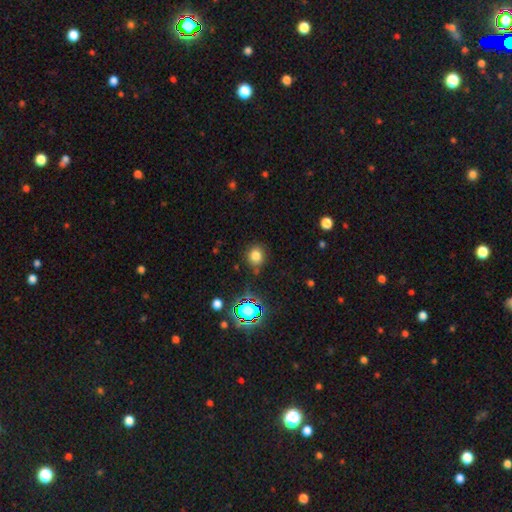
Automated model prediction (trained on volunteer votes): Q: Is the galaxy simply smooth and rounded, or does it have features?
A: smooth — 77%.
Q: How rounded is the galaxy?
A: round — 81%.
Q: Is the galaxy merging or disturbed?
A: none — 80%.